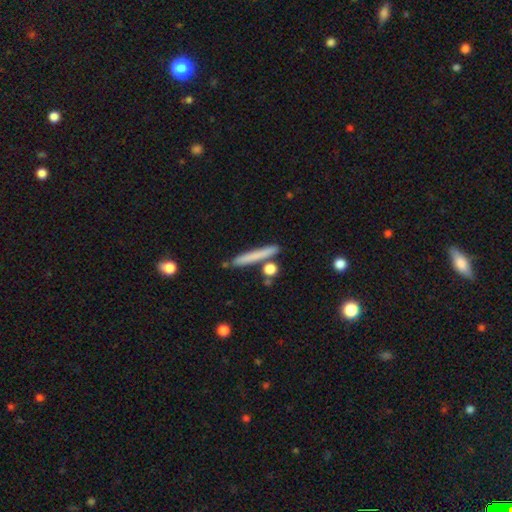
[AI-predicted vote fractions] A smooth galaxy with no disk features (68%) that is cigar-shaped (94%). Merging: none (83%).